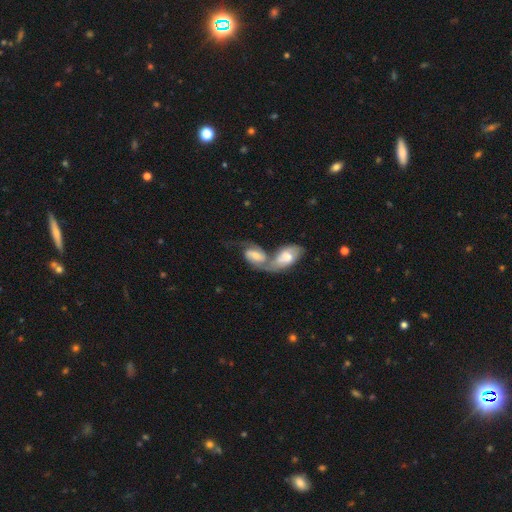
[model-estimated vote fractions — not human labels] Smooth or featured? featured or disk (58%)
Edge-on disk? no (94%)
Bar? weak (42%)
Spiral arms? yes (84%)
Bulge size? moderate (36%)
Merging? merger (77%)